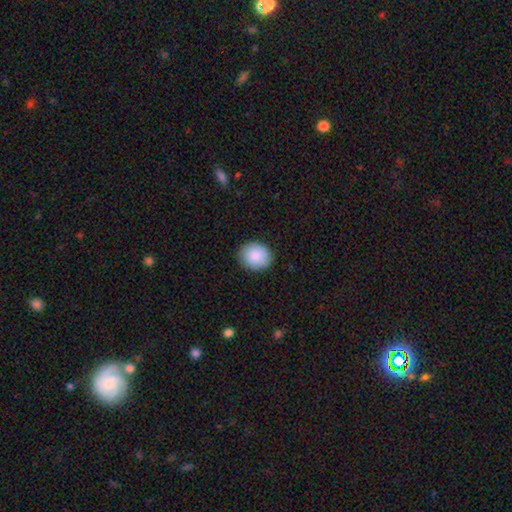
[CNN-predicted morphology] smooth_or_featured: smooth (p=0.86) [alt: star or artifact p=0.07]
how_rounded: round (p=0.67) [alt: in between p=0.32]
merging: none (p=0.87) [alt: minor disturbance p=0.10]